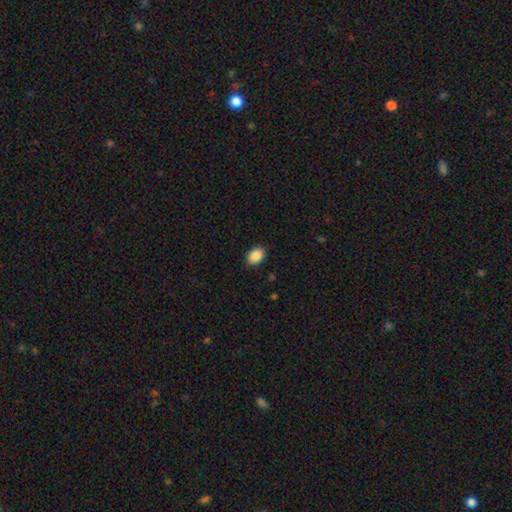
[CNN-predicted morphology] smooth_or_featured: smooth (p=0.89) [alt: star or artifact p=0.08]
how_rounded: in between (p=0.80) [alt: round p=0.19]
merging: none (p=0.89) [alt: minor disturbance p=0.08]